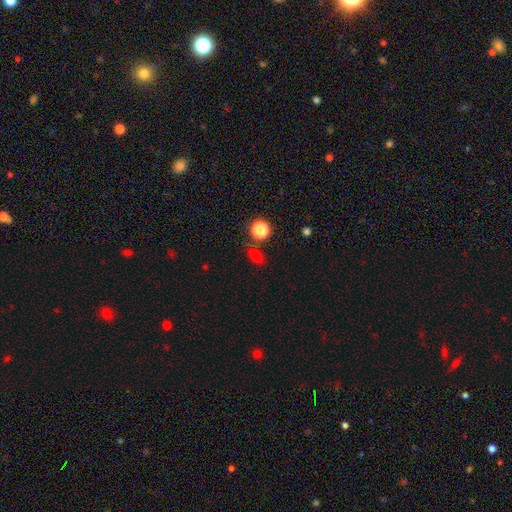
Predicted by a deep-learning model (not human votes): smooth_or_featured: smooth (p=0.71) [alt: star or artifact p=0.24]
how_rounded: in between (p=0.57) [alt: round p=0.37]
merging: none (p=0.73) [alt: minor disturbance p=0.15]